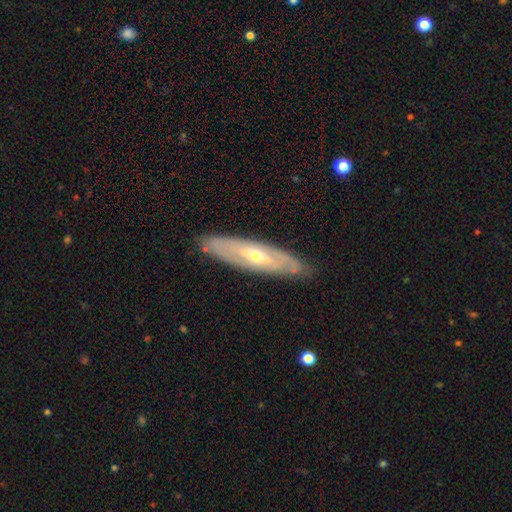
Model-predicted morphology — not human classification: Smooth or featured?
  - featured or disk: 72% *
  - smooth: 21%
  - star or artifact: 7%
Edge-on disk?
  - no: 58% *
  - yes: 42%
Merging?
  - none: 86% *
  - minor disturbance: 11%
  - major disturbance: 2%
  - merger: 1%